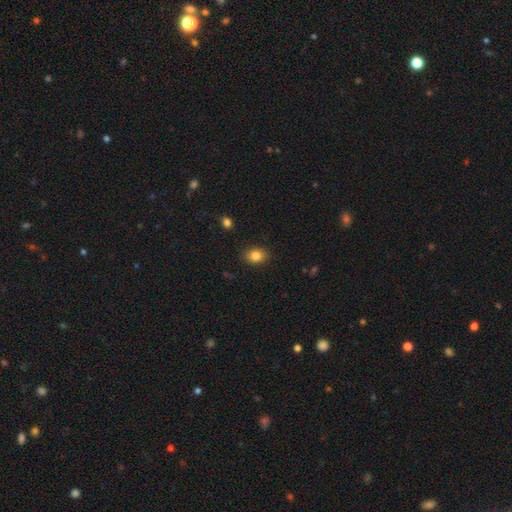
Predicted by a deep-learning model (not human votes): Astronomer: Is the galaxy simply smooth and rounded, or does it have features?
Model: smooth — 84%.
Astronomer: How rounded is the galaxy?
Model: in between — 63%.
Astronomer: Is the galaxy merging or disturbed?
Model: none — 88%.